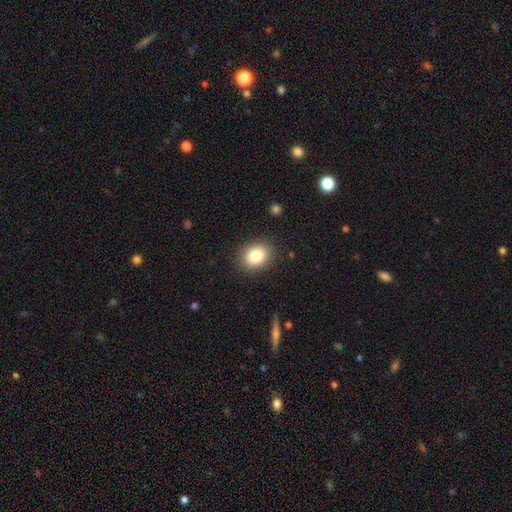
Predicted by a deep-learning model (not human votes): Smooth or featured: smooth — 83% (star or artifact — 9%)
How rounded: in between — 53% (round — 46%)
Merging: none — 87% (minor disturbance — 9%)